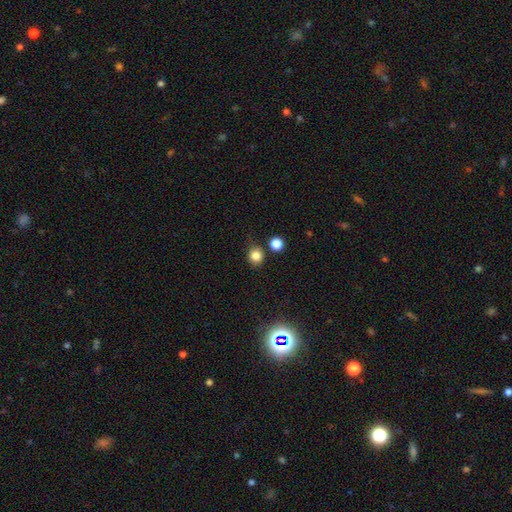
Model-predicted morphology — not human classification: smooth-or-featured: smooth: 82% | star or artifact: 13% | featured or disk: 5%
  how-rounded: round: 87% | in between: 12% | cigar-shaped: 1%
  merging: none: 77% | minor disturbance: 12% | merger: 8% | major disturbance: 3%